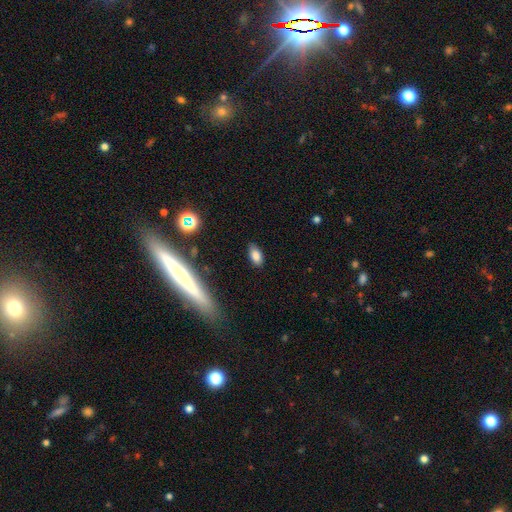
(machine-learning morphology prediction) smooth-or-featured: smooth: 81% | star or artifact: 10% | featured or disk: 9%
  how-rounded: in between: 90% | round: 5% | cigar-shaped: 5%
  merging: none: 83% | minor disturbance: 12% | major disturbance: 3% | merger: 1%